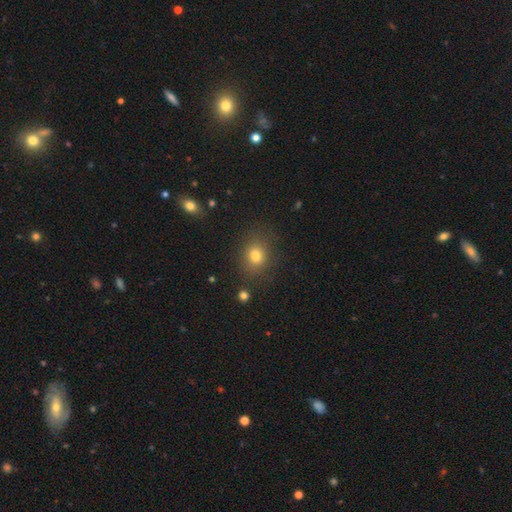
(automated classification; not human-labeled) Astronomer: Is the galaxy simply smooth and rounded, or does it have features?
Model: smooth — 77%.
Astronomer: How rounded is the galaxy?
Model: round — 66%.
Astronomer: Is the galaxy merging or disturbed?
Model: none — 83%.